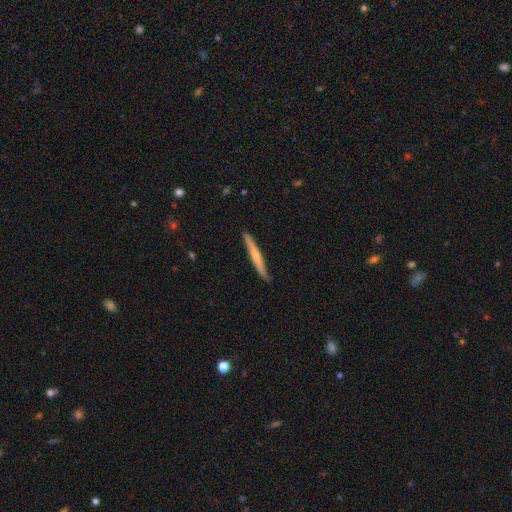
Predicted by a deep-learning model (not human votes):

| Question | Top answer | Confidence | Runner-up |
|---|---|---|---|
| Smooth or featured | featured or disk | 50% | smooth (45%) |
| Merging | none | 87% | minor disturbance (10%) |